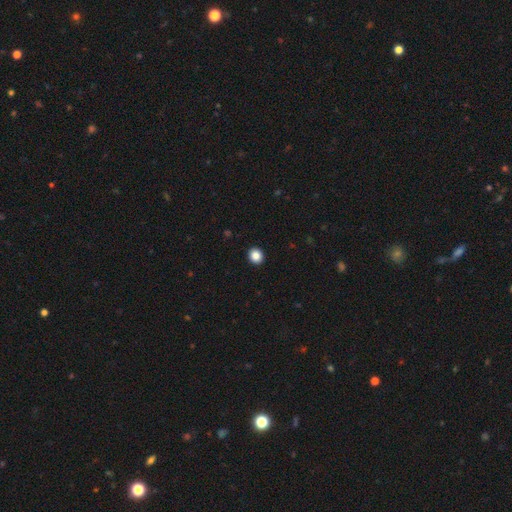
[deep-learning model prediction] A smooth galaxy with no disk features (86%) that is round (84%).

Vote fractions:
- Smooth or featured? smooth: 86% / star or artifact: 10% / featured or disk: 4%
- How rounded? round: 84% / in between: 15% / cigar-shaped: 1%
- Merging? none: 94% / minor disturbance: 4% / major disturbance: 1% / merger: 1%